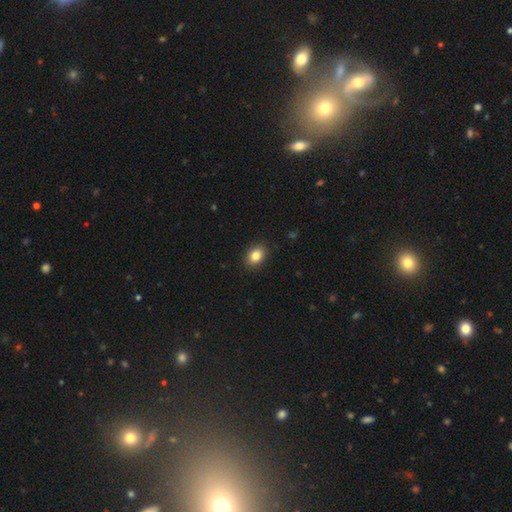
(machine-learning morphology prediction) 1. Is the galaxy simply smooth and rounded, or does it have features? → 84% smooth, 9% star or artifact, 7% featured or disk.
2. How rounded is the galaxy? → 66% in between, 33% round, 1% cigar-shaped.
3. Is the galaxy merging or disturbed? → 89% none, 8% minor disturbance, 2% major disturbance, 1% merger.